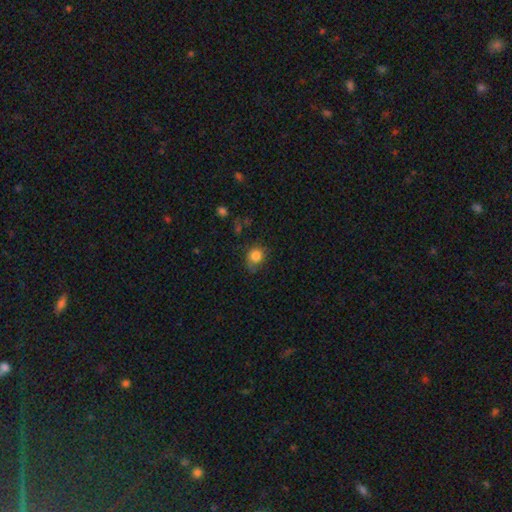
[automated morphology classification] Q: Smooth or featured?
A: smooth (82%); runner-up: star or artifact (10%)
Q: How rounded?
A: round (68%); runner-up: in between (31%)
Q: Merging?
A: none (59%); runner-up: minor disturbance (30%)